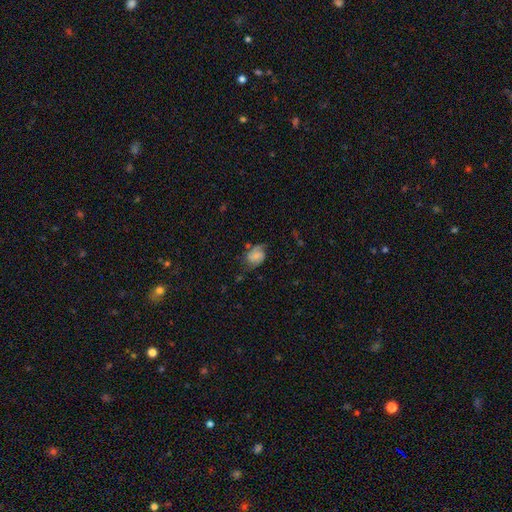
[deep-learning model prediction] Smooth or featured?
  - smooth: 57% *
  - featured or disk: 33%
  - star or artifact: 10%
How rounded?
  - in between: 65% *
  - round: 34%
  - cigar-shaped: 1%
Merging?
  - none: 50% *
  - minor disturbance: 32%
  - major disturbance: 15%
  - merger: 4%